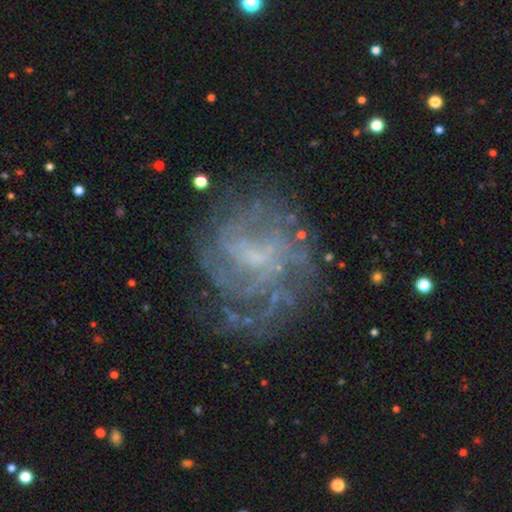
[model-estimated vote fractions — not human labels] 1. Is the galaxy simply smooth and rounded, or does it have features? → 78% featured or disk, 11% smooth, 11% star or artifact.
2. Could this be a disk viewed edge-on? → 98% no, 2% yes.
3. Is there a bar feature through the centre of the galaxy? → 52% no, 40% weak, 8% strong.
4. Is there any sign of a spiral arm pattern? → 80% yes, 20% no.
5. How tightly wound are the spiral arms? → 45% tight, 35% medium, 20% loose.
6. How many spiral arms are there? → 48% can't tell, 14% 4, 12% 3, 10% more than 4, 9% 2, 6% 1.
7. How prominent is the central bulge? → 42% small, 38% none, 17% moderate, 2% large, 1% dominant.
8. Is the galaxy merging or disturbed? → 64% none, 17% major disturbance, 17% minor disturbance, 2% merger.